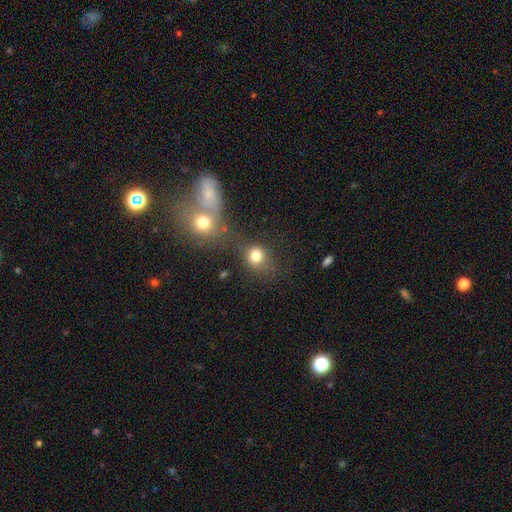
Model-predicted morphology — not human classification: smooth_or_featured: smooth (p=0.79) [alt: star or artifact p=0.12]
how_rounded: round (p=0.75) [alt: in between p=0.23]
merging: none (p=0.54) [alt: merger p=0.24]